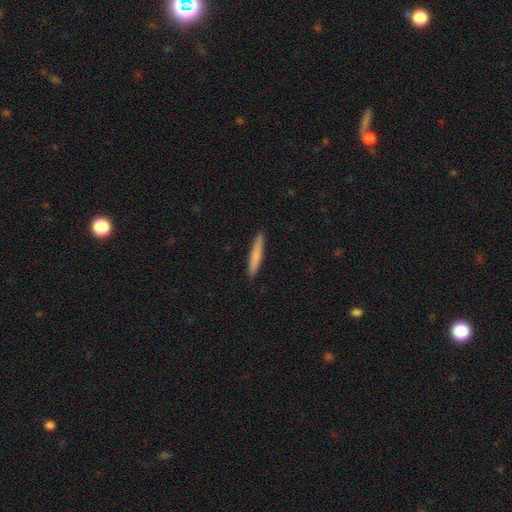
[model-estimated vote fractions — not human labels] Smooth or featured: smooth — 77% (featured or disk — 18%)
How rounded: cigar-shaped — 95% (in between — 3%)
Merging: none — 92% (minor disturbance — 6%)